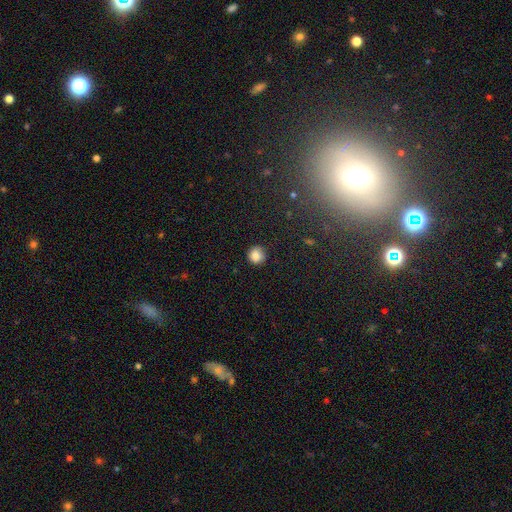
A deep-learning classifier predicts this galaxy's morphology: Q: Smooth or featured?
A: smooth (85%); runner-up: star or artifact (10%)
Q: How rounded?
A: round (93%); runner-up: in between (6%)
Q: Merging?
A: none (87%); runner-up: minor disturbance (9%)